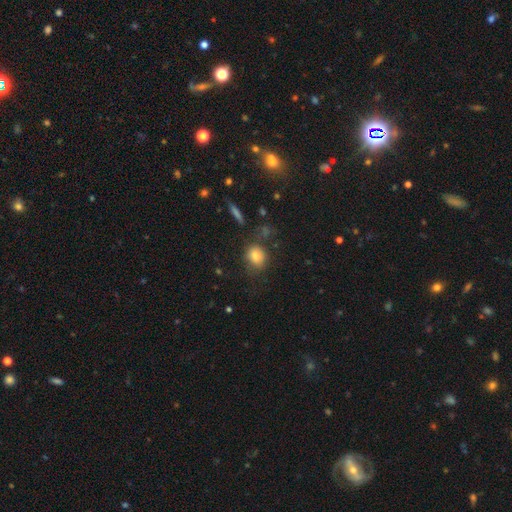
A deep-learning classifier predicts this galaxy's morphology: Smooth or featured: smooth — 82% (star or artifact — 10%)
How rounded: round — 60% (in between — 39%)
Merging: none — 69% (minor disturbance — 19%)